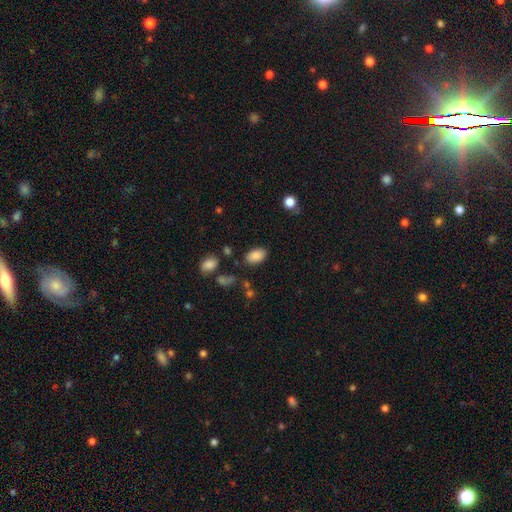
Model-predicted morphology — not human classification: Smooth or featured?
  - smooth: 85% *
  - star or artifact: 8%
  - featured or disk: 6%
How rounded?
  - in between: 92% *
  - round: 7%
  - cigar-shaped: 1%
Merging?
  - none: 82% *
  - minor disturbance: 12%
  - major disturbance: 3%
  - merger: 3%